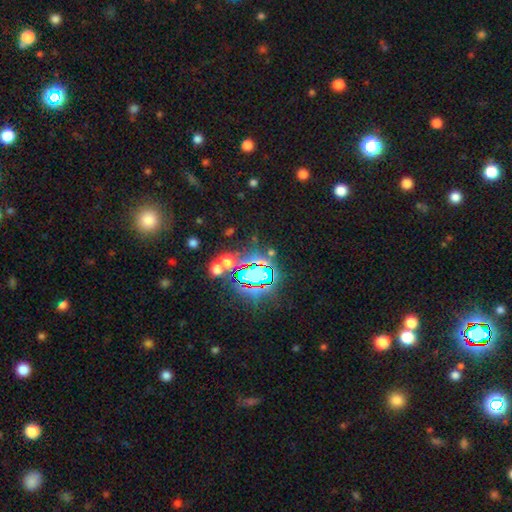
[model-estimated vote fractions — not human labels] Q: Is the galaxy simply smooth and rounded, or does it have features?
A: star or artifact — 79%.